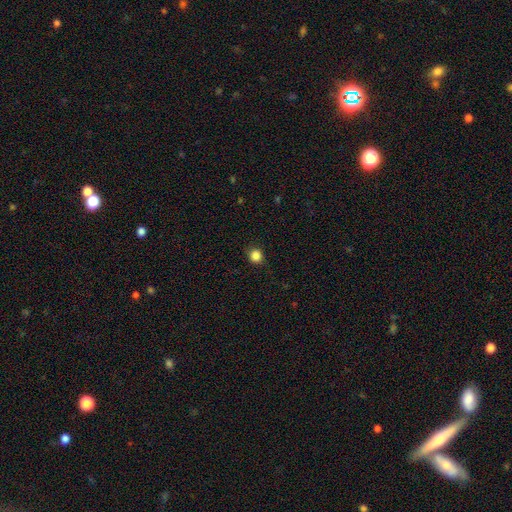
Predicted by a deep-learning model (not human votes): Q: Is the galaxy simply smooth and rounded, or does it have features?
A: smooth — 86%.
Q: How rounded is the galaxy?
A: round — 89%.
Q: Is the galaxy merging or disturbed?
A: none — 88%.